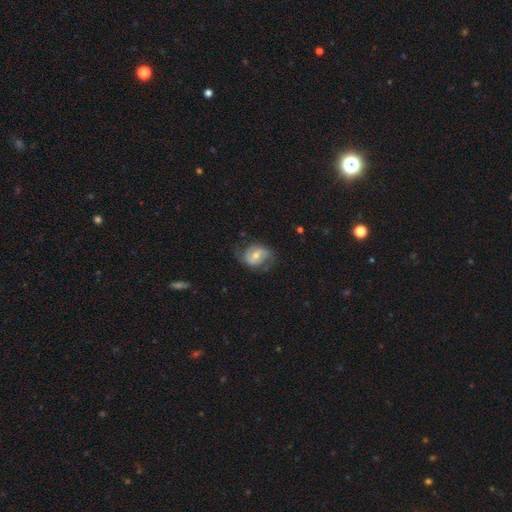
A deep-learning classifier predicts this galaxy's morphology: smooth_or_featured: featured or disk (p=0.68) [alt: smooth p=0.25]
disk_edge_on: no (p=0.97) [alt: yes p=0.03]
bar: weak (p=0.46) [alt: no p=0.34]
has_spiral_arms: yes (p=0.86) [alt: no p=0.14]
spiral_winding: medium (p=0.45) [alt: loose p=0.30]
spiral_arm_count: 2 (p=0.82) [alt: can't tell p=0.10]
bulge_size: moderate (p=0.60) [alt: small p=0.34]
merging: none (p=0.65) [alt: minor disturbance p=0.22]